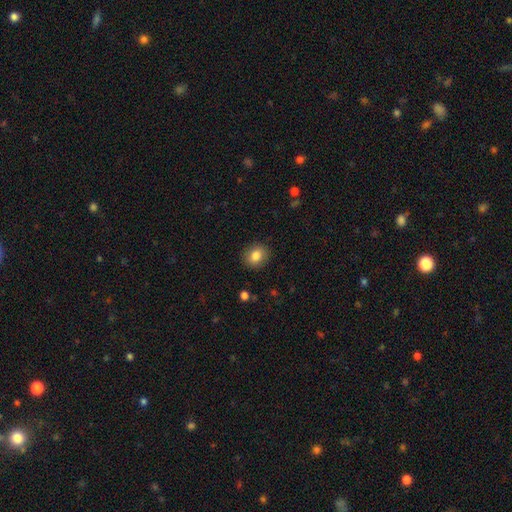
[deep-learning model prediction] Morphology: type=smooth (84%); roundness=round (69%); merging=none (90%).